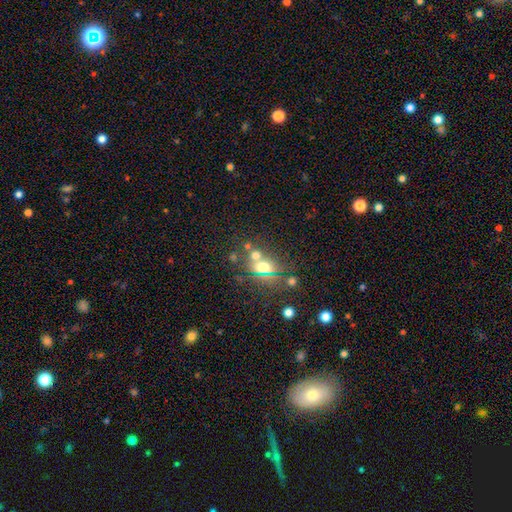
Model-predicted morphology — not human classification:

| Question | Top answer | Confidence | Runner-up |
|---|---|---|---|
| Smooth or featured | smooth | 54% | star or artifact (28%) |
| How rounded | round | 67% | in between (31%) |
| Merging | none | 50% | merger (33%) |